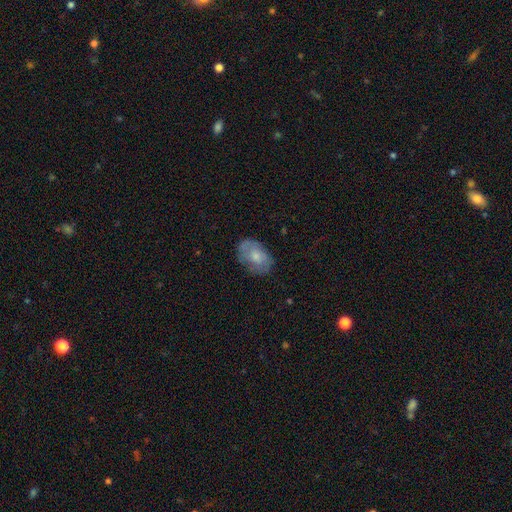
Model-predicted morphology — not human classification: type=smooth (57%); roundness=in between (85%); merging=none (68%).